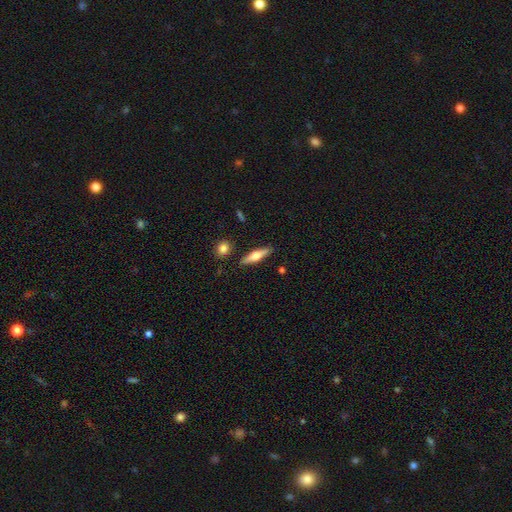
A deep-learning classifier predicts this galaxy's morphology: A featured or disk galaxy (50%). Merging: none (87%).